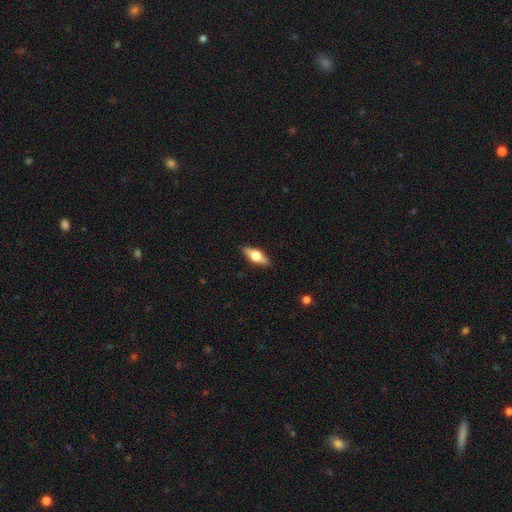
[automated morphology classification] featured or disk 49%, smooth 45%, star or artifact 6%. Down the decision tree: merging — none (88%).